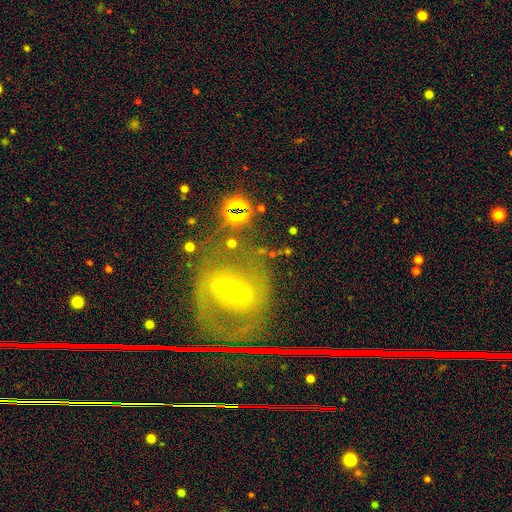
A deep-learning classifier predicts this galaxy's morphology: Smooth or featured?
  - featured or disk: 54% *
  - star or artifact: 32%
  - smooth: 13%
Edge-on disk?
  - no: 90% *
  - yes: 10%
Merging?
  - none: 69% *
  - minor disturbance: 15%
  - major disturbance: 10%
  - merger: 6%